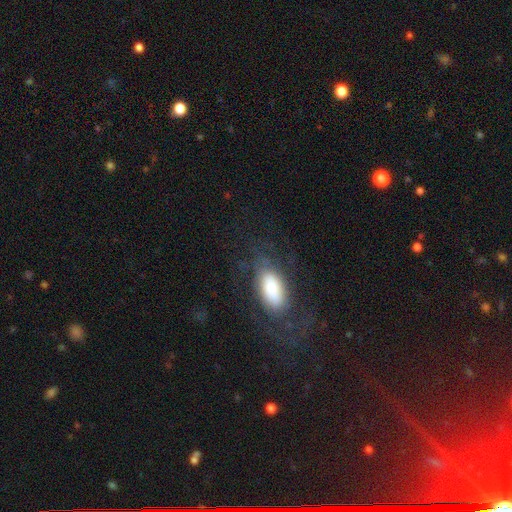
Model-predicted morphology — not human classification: Q: Smooth or featured?
A: smooth (50%); runner-up: star or artifact (25%)
Q: How rounded?
A: in between (80%); runner-up: cigar-shaped (12%)
Q: Merging?
A: none (77%); runner-up: minor disturbance (14%)